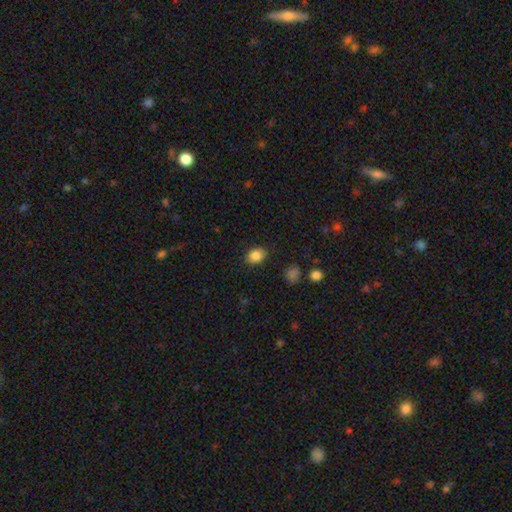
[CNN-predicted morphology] type=smooth (86%); roundness=in between (65%); merging=none (86%).